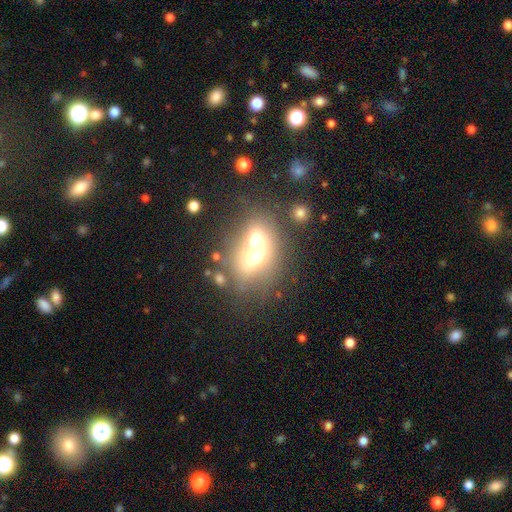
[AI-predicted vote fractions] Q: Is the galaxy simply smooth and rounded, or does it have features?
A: smooth — 58%.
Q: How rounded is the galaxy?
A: in between — 51%.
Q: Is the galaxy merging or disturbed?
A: merger — 64%.